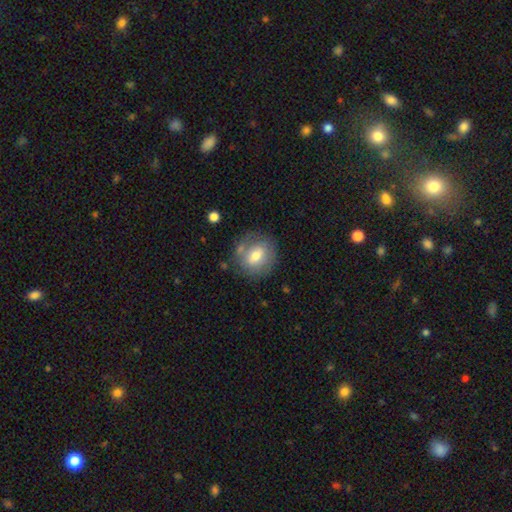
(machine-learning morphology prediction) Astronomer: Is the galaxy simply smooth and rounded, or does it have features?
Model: smooth — 60%.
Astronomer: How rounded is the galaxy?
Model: round — 71%.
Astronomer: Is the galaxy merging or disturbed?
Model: none — 71%.